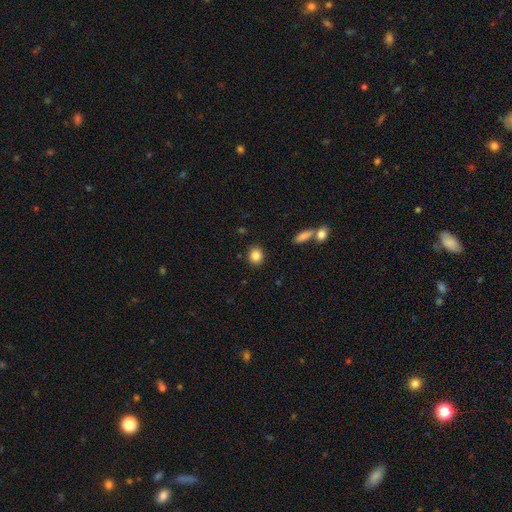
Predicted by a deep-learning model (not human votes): smooth 86%, star or artifact 9%, featured or disk 5%. Down the decision tree: how rounded — round (72%); merging — none (89%).